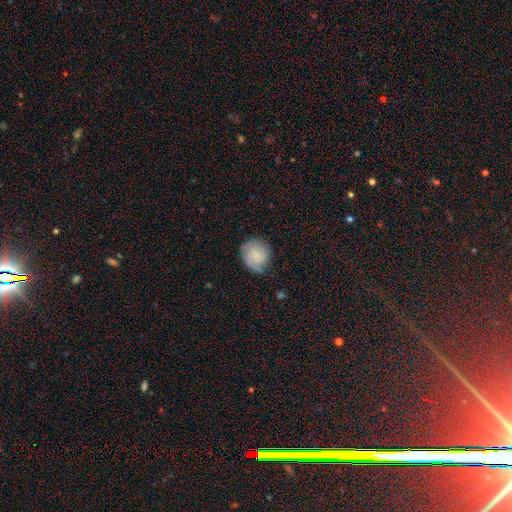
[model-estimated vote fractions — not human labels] Overall: smooth (56%; featured or disk 36%). How rounded: round (75%). Merging: none (68%).